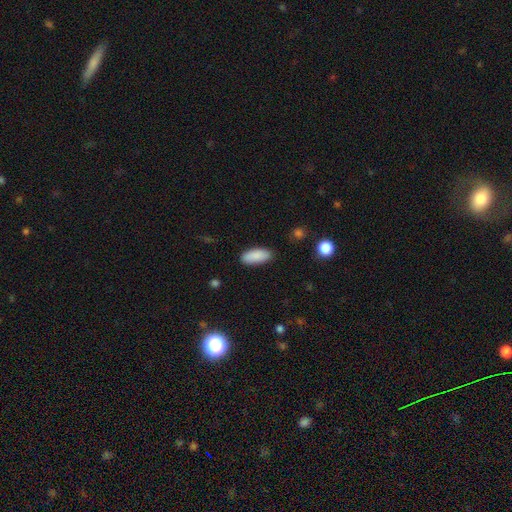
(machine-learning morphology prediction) Smooth or featured: smooth — 90% (star or artifact — 6%)
How rounded: in between — 85% (cigar-shaped — 13%)
Merging: none — 86% (minor disturbance — 10%)